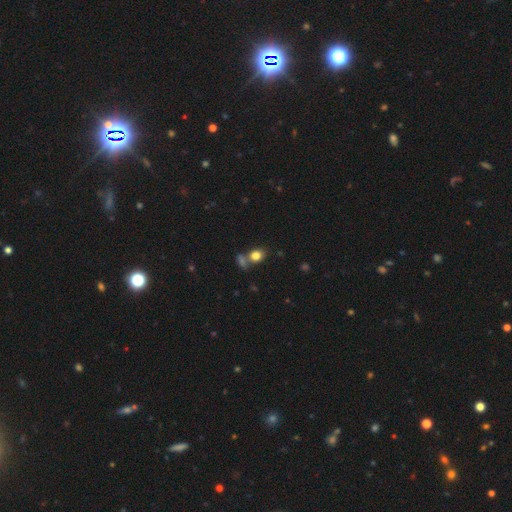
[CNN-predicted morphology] smooth-or-featured: smooth: 81% | star or artifact: 12% | featured or disk: 7%
  how-rounded: round: 54% | in between: 45% | cigar-shaped: 2%
  merging: none: 59% | merger: 25% | minor disturbance: 11% | major disturbance: 5%